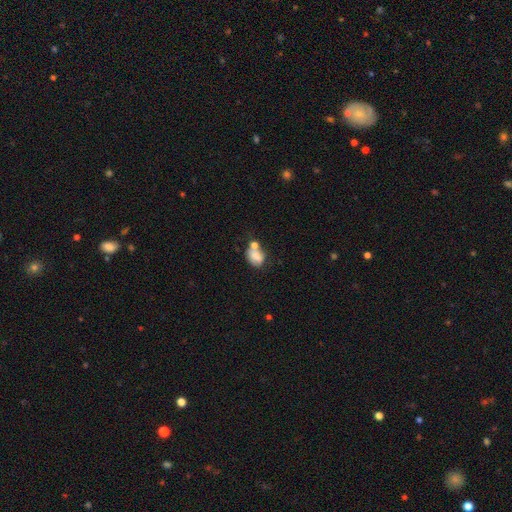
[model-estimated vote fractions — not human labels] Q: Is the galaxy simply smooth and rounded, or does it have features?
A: smooth — 72%.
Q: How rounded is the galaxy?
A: in between — 69%.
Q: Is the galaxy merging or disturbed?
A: merger — 44%.